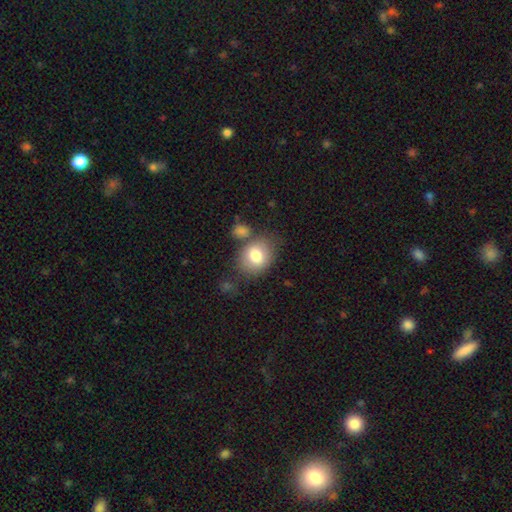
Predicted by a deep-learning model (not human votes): Smooth or featured? Predicted: smooth (p=0.77). How rounded? Predicted: in between (p=0.52). Merging? Predicted: none (p=0.62).